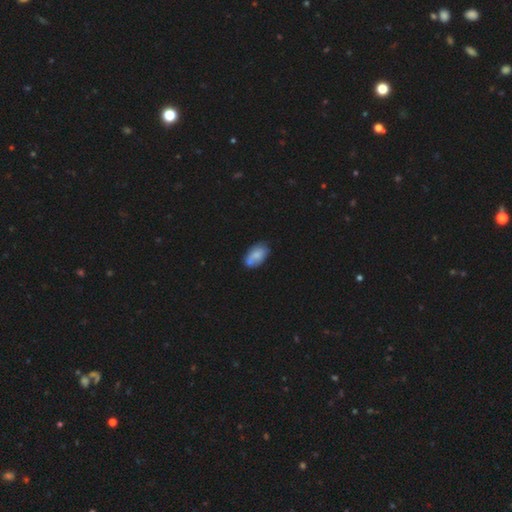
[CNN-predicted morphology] Smooth or featured?
  - smooth: 70% *
  - featured or disk: 23%
  - star or artifact: 7%
How rounded?
  - in between: 92% *
  - round: 5%
  - cigar-shaped: 3%
Merging?
  - none: 56% *
  - minor disturbance: 25%
  - merger: 12%
  - major disturbance: 7%